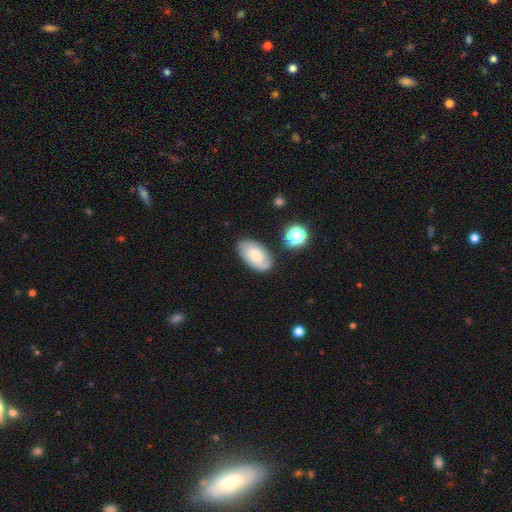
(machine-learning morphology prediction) The model was most divided on "smooth or featured": smooth: 46%, featured or disk: 45%, star or artifact: 8%. More confident: merging — none (73%).